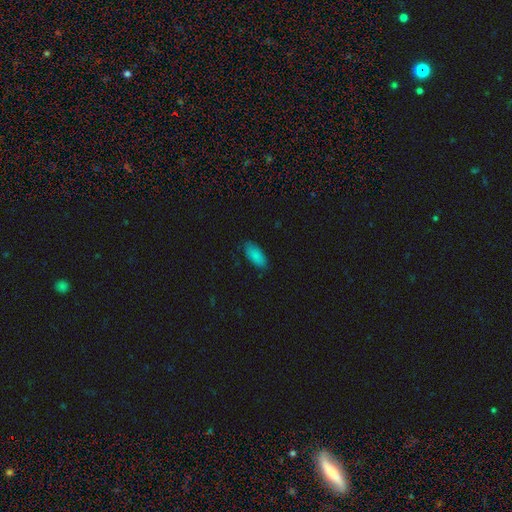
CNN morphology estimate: A smooth galaxy with no disk features (86%) that is in between round and cigar-shaped (88%). Merging: none (84%).